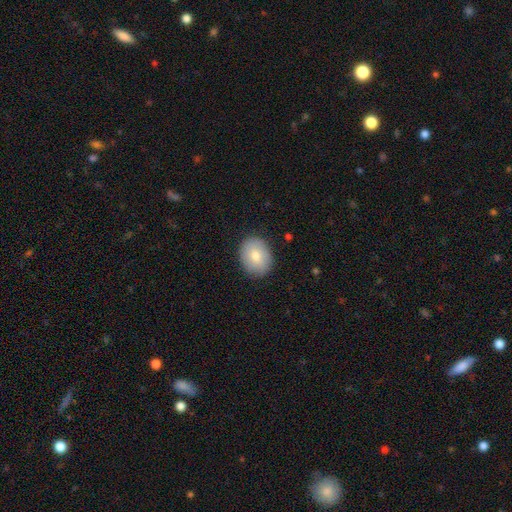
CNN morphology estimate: type=smooth (77%); roundness=in between (52%); merging=none (86%).